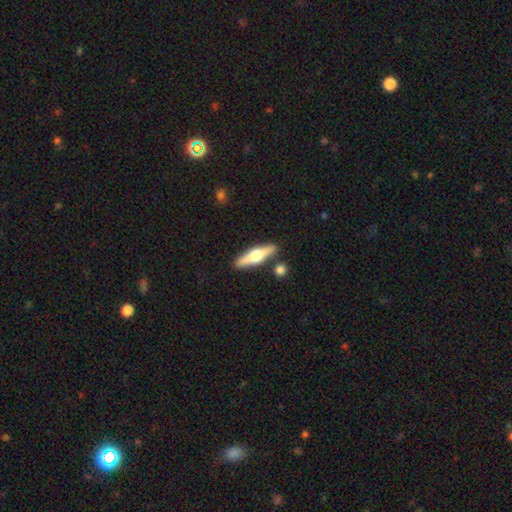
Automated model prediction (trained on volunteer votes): Smooth or featured? Predicted: featured or disk (p=0.60). Edge-on disk? Predicted: yes (p=0.95). Edge-on bulge? Predicted: rounded (p=0.95). Merging? Predicted: none (p=0.85).